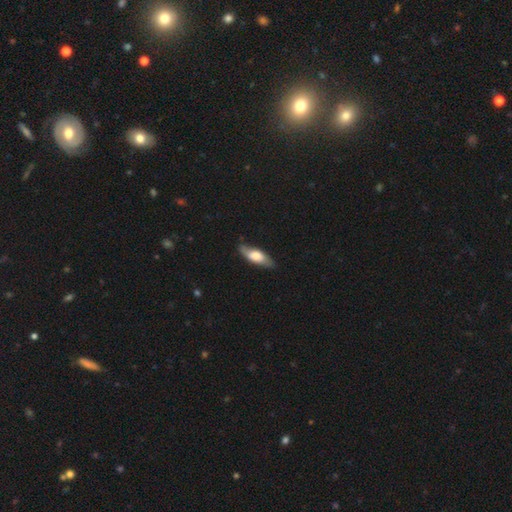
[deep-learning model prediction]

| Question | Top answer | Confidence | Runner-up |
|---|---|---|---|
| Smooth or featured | smooth | 59% | featured or disk (35%) |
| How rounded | in between | 62% | cigar-shaped (35%) |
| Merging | none | 77% | minor disturbance (18%) |